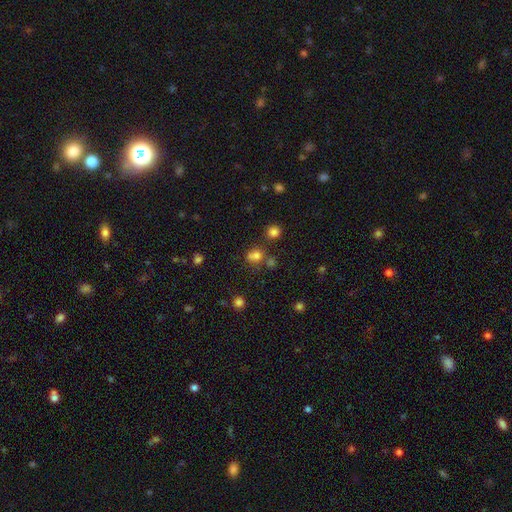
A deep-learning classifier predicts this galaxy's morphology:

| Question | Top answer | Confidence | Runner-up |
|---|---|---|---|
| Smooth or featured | smooth | 71% | star or artifact (21%) |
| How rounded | round | 62% | in between (37%) |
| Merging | none | 54% | merger (24%) |